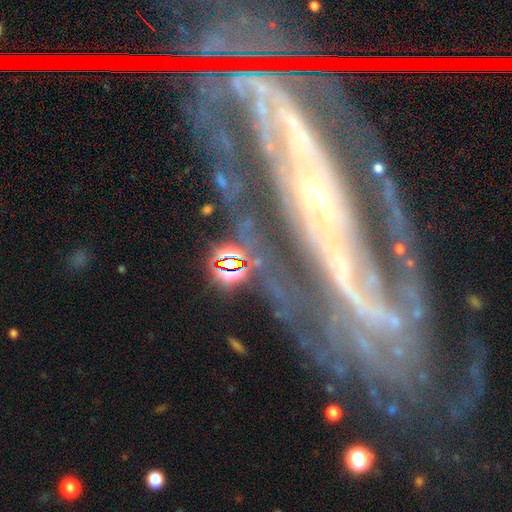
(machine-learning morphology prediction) type=featured or disk (88%); edge-on=no (87%); bar=strong (57%); spiral arms=yes (92%); winding=tight (43%); arm count=2 (58%); bulge=small (73%); merging=none (61%).